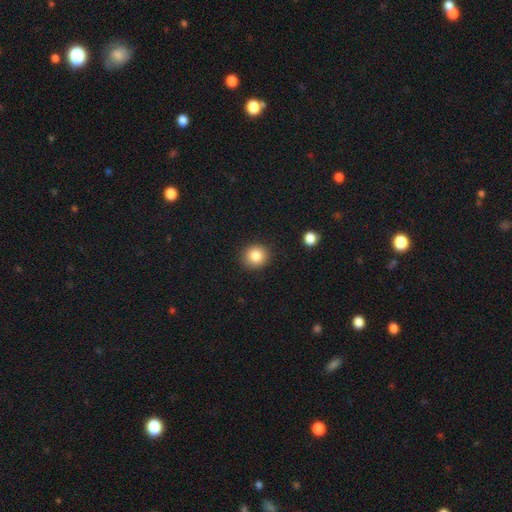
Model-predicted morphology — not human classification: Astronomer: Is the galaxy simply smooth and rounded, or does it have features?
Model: smooth — 84%.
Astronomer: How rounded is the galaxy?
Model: round — 87%.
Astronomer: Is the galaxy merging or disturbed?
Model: none — 90%.